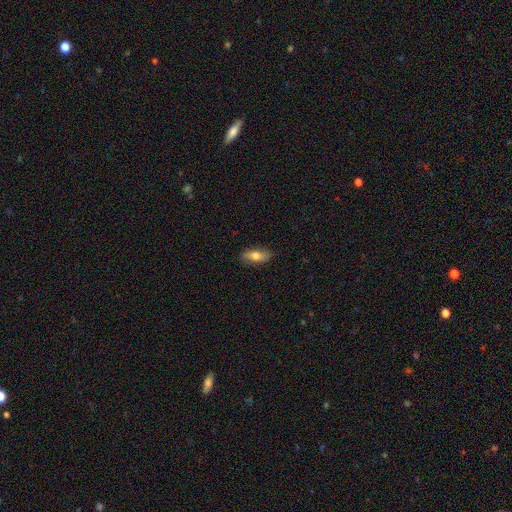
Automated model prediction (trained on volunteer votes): This is likely a smooth galaxy (66%). How rounded: likely in between (73%). Merging: clearly none (85%).